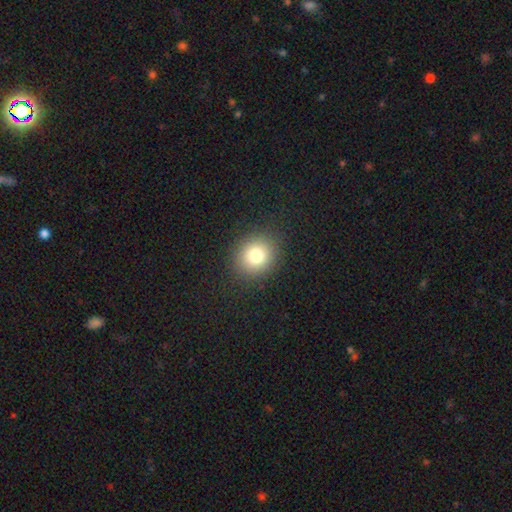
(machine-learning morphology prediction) Smooth or featured?
  - smooth: 78% *
  - star or artifact: 13%
  - featured or disk: 9%
How rounded?
  - round: 77% *
  - in between: 22%
  - cigar-shaped: 1%
Merging?
  - none: 89% *
  - minor disturbance: 7%
  - major disturbance: 3%
  - merger: 1%